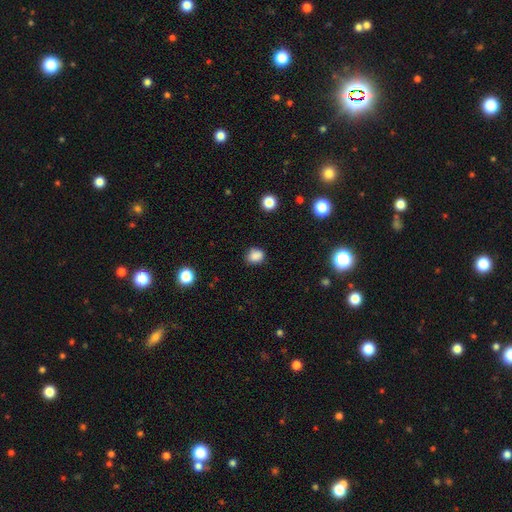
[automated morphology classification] Smooth or featured? smooth (85%)
How rounded? round (58%)
Merging? none (78%)